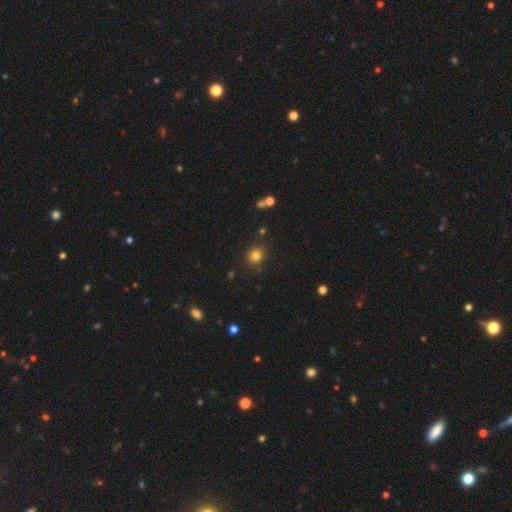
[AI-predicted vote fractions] Smooth or featured: smooth — 80% (star or artifact — 14%)
How rounded: round — 79% (in between — 20%)
Merging: none — 85% (minor disturbance — 9%)